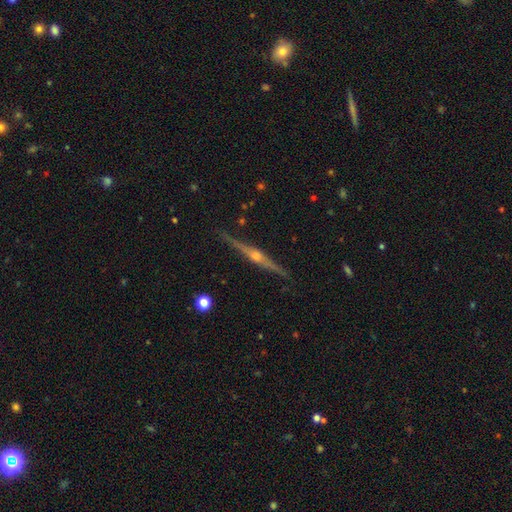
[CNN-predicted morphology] smooth-or-featured: featured or disk: 88% | smooth: 7% | star or artifact: 5%
  disk-edge-on: yes: 99% | no: 1%
    edge-on-bulge: rounded: 91% | boxy: 5% | none: 4%
  merging: none: 91% | minor disturbance: 6% | major disturbance: 1% | merger: 1%